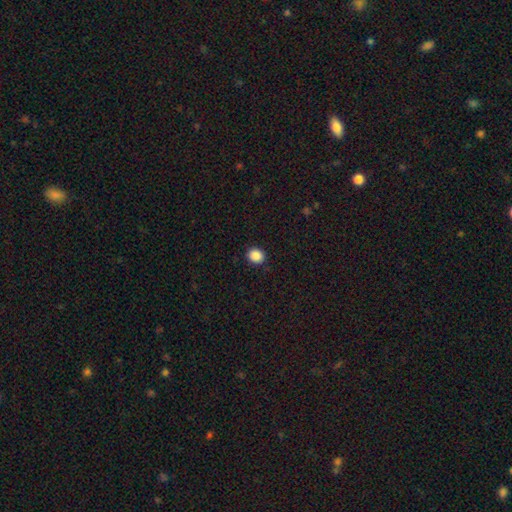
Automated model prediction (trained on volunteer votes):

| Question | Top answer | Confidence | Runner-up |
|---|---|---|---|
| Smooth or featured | smooth | 88% | star or artifact (9%) |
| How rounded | round | 73% | in between (26%) |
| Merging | none | 91% | minor disturbance (6%) |